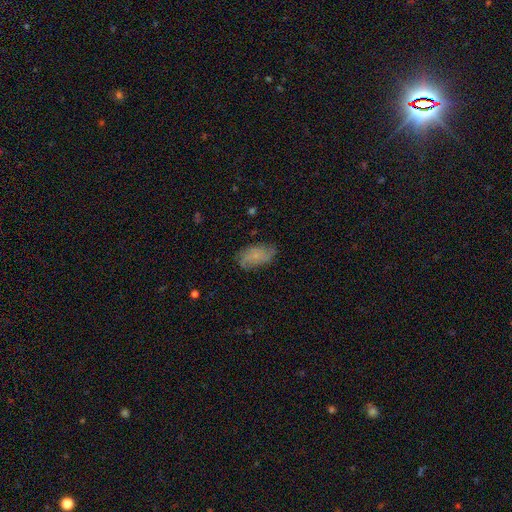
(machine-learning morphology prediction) Q: Smooth or featured?
A: smooth (47%); runner-up: featured or disk (44%)
Q: Merging?
A: none (71%); runner-up: minor disturbance (21%)